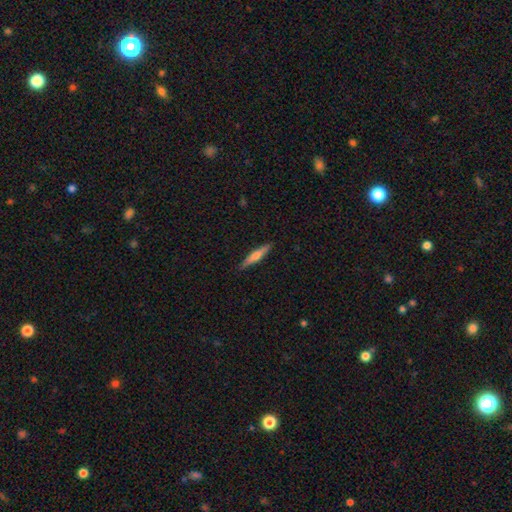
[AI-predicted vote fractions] Smooth or featured?
  - smooth: 53% *
  - featured or disk: 41%
  - star or artifact: 6%
How rounded?
  - cigar-shaped: 90% *
  - in between: 8%
  - round: 2%
Merging?
  - none: 89% *
  - minor disturbance: 8%
  - major disturbance: 2%
  - merger: 1%